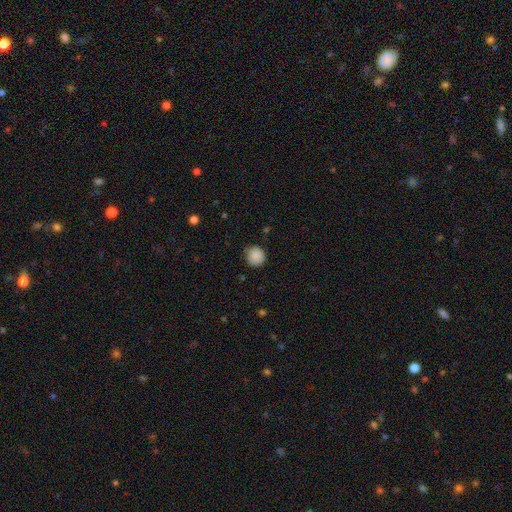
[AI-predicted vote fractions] Morphology: type=smooth (87%); roundness=round (90%); merging=none (78%).